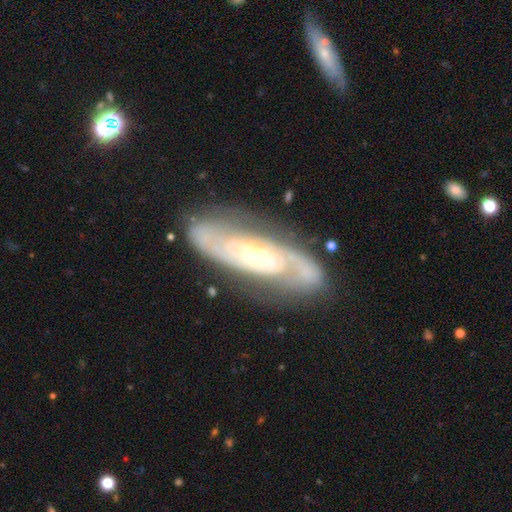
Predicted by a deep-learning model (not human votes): The model was most divided on "spiral winding": tight: 55%, medium: 34%, loose: 11%. More confident: spiral arms — yes (90%); edge-on disk — no (89%); smooth or featured — featured or disk (83%); merging — none (78%); spiral arm count — 2 (69%); bar — no (67%); bulge size — small (61%).